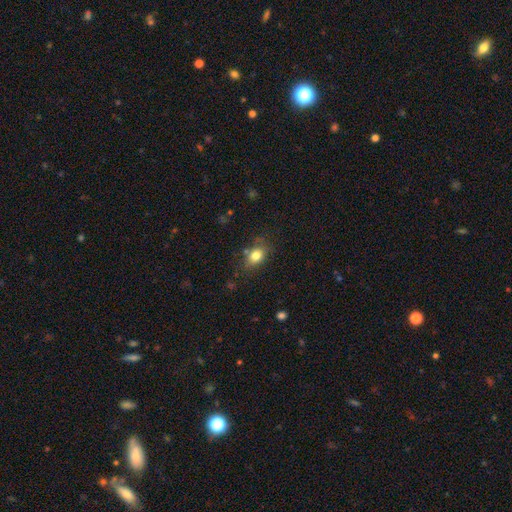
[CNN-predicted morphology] smooth 80%, star or artifact 10%, featured or disk 9%. Down the decision tree: how rounded — in between (67%); merging — none (73%).